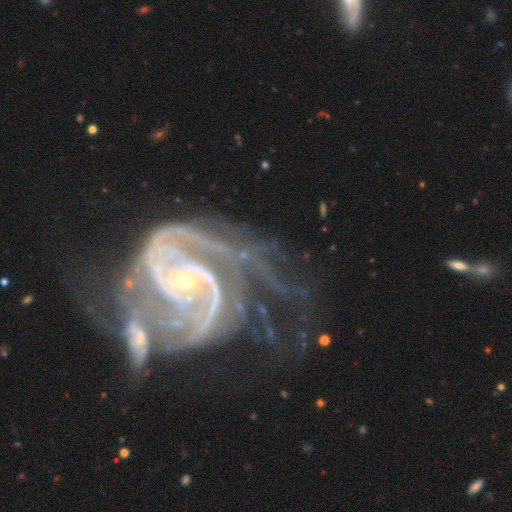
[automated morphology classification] featured or disk 92%, star or artifact 6%, smooth 3%. Down the decision tree: edge-on disk — no (98%); bar — no (46%); spiral arms — yes (98%); spiral arm count — 2 (54%); spiral winding — tight (48%); bulge size — small (79%); merging — merger (35%).